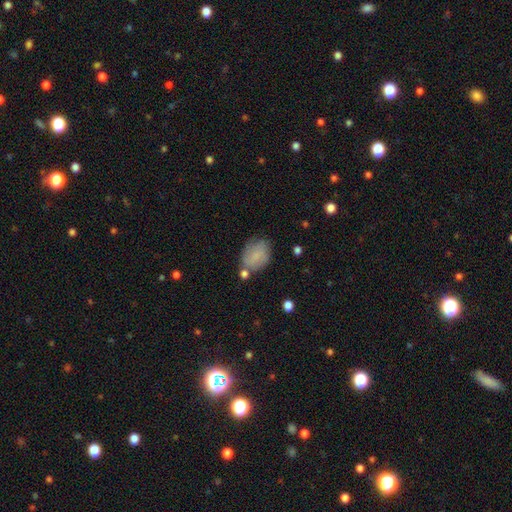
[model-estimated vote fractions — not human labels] Smooth or featured: smooth — 75% (featured or disk — 17%)
How rounded: in between — 72% (round — 27%)
Merging: none — 59% (minor disturbance — 24%)